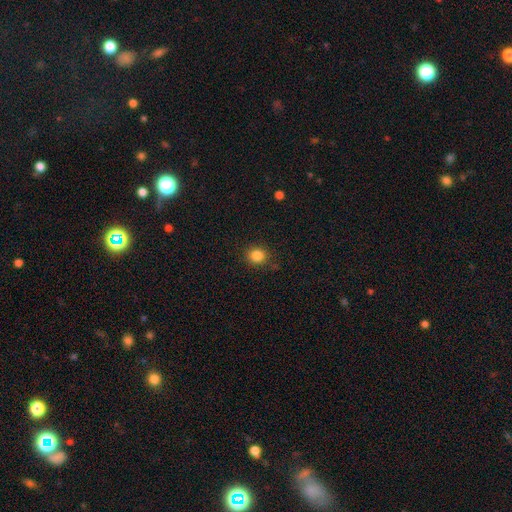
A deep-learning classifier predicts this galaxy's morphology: Smooth or featured?
  - smooth: 84% *
  - star or artifact: 11%
  - featured or disk: 5%
How rounded?
  - round: 82% *
  - in between: 17%
  - cigar-shaped: 1%
Merging?
  - none: 86% *
  - minor disturbance: 10%
  - major disturbance: 3%
  - merger: 1%